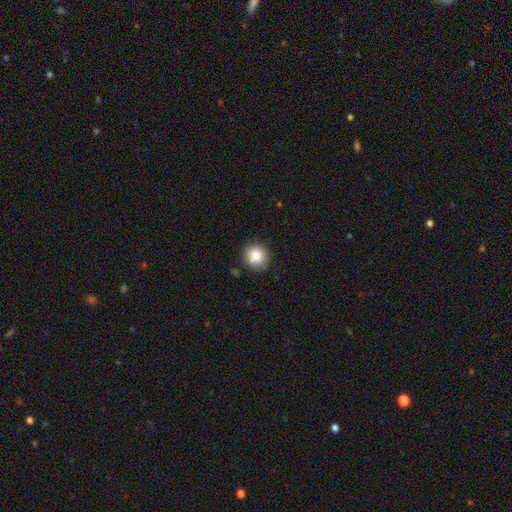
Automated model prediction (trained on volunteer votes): Smooth or featured? smooth (82%)
How rounded? round (93%)
Merging? none (89%)